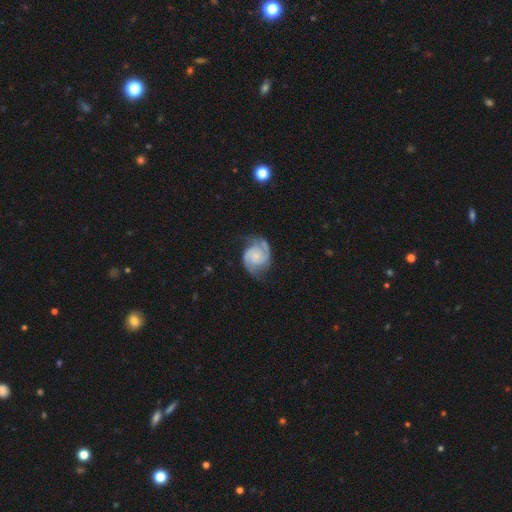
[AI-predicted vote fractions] The model was most divided on "spiral winding": medium: 49%, tight: 35%, loose: 16%. More confident: edge-on disk — no (98%); spiral arms — yes (98%); spiral arm count — 2 (90%); smooth or featured — featured or disk (87%); merging — none (71%); bar — no (68%); bulge size — small (57%).